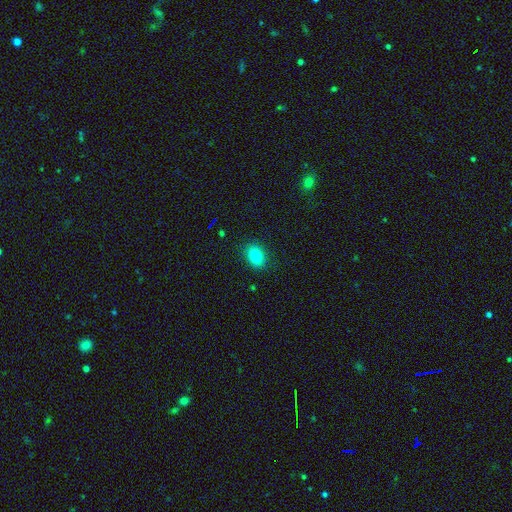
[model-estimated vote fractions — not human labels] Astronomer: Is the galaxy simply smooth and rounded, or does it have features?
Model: smooth — 84%.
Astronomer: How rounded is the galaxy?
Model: in between — 78%.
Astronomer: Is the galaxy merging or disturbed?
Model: none — 87%.